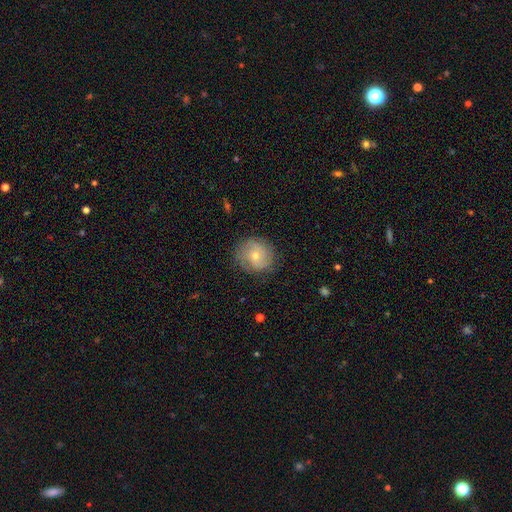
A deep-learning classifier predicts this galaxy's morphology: smooth-or-featured: featured or disk: 50% | smooth: 39% | star or artifact: 10%
  disk-edge-on: no: 97% | yes: 3%
  merging: none: 80% | minor disturbance: 15% | major disturbance: 5% | merger: 1%